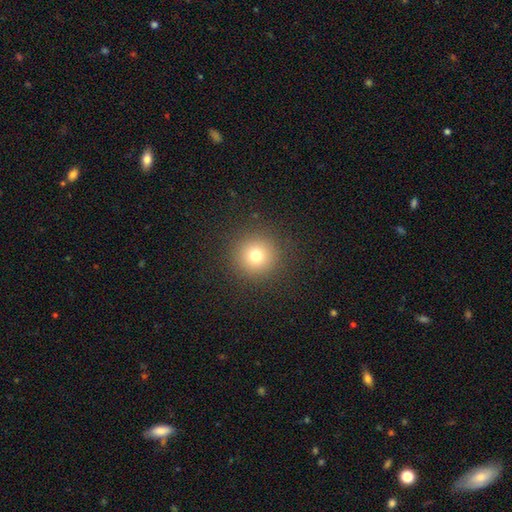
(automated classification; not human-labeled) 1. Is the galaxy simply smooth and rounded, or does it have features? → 75% smooth, 16% star or artifact, 10% featured or disk.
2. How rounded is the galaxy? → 95% round, 4% in between, 1% cigar-shaped.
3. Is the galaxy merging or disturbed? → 91% none, 5% minor disturbance, 3% major disturbance, 1% merger.